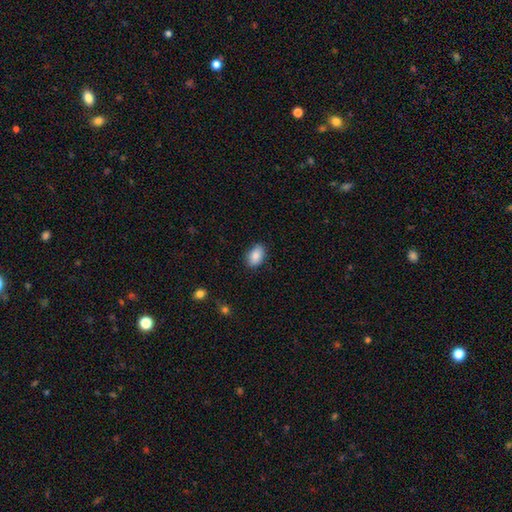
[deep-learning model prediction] Q: Smooth or featured?
A: smooth (87%); runner-up: star or artifact (7%)
Q: How rounded?
A: in between (90%); runner-up: round (9%)
Q: Merging?
A: none (85%); runner-up: minor disturbance (11%)